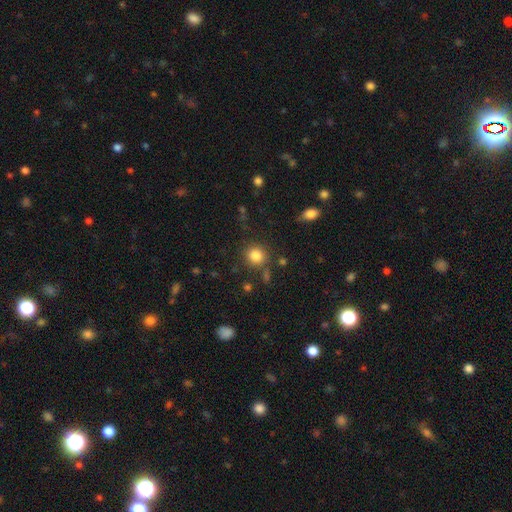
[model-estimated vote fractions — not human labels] smooth 83%, star or artifact 11%, featured or disk 6%. Down the decision tree: how rounded — round (88%); merging — none (81%).